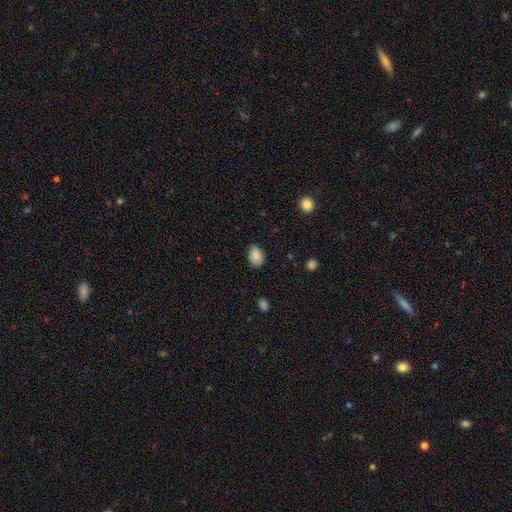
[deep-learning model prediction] smooth-or-featured: smooth: 83% | featured or disk: 9% | star or artifact: 8%
  how-rounded: in between: 78% | round: 21% | cigar-shaped: 1%
  merging: none: 77% | minor disturbance: 19% | major disturbance: 3% | merger: 1%